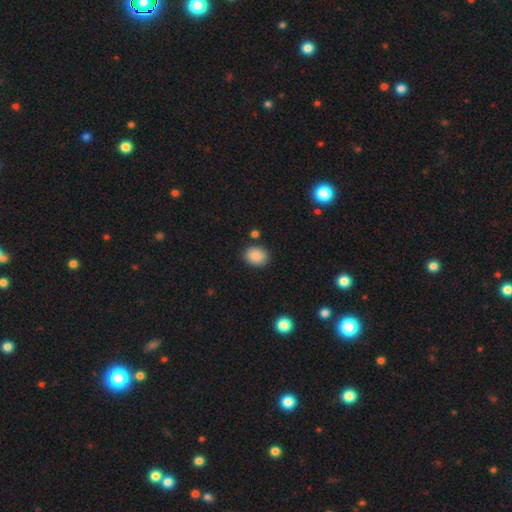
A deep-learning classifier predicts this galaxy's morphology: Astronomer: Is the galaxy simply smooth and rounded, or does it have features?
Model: smooth — 88%.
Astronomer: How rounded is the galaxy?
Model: in between — 50% (runner-up: round, 49%).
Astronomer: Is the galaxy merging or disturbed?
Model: none — 85%.